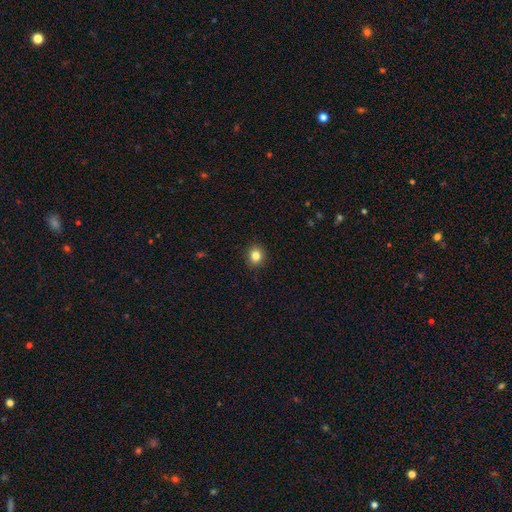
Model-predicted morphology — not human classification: The model was most divided on "how rounded": round: 80%, in between: 19%, cigar-shaped: 1%. More confident: merging — none (91%); smooth or featured — smooth (83%).